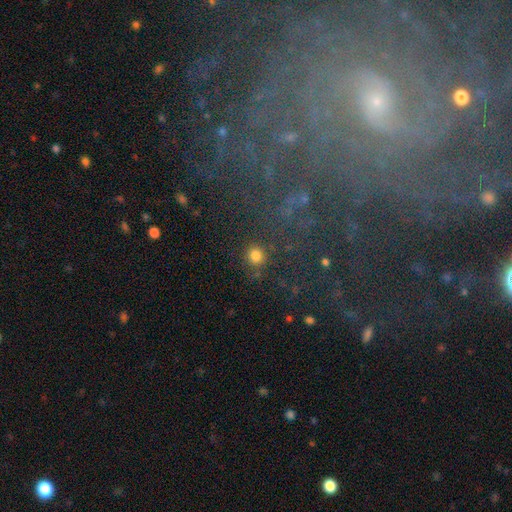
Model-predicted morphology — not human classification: smooth_or_featured: smooth (p=0.79) [alt: star or artifact p=0.15]
how_rounded: round (p=0.93) [alt: in between p=0.06]
merging: none (p=0.83) [alt: minor disturbance p=0.08]